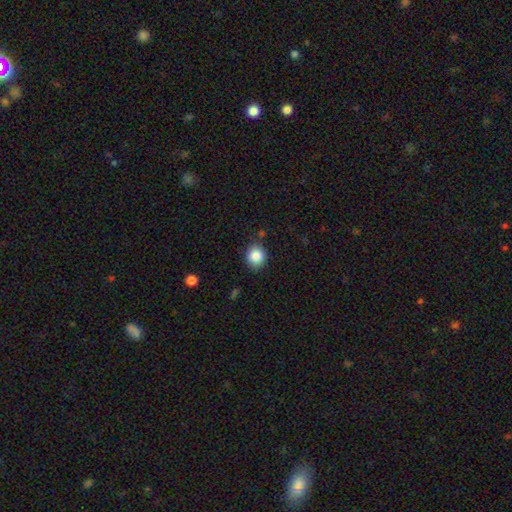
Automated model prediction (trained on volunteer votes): A smooth galaxy with no disk features (86%) that is round (72%). Merging: none (79%).